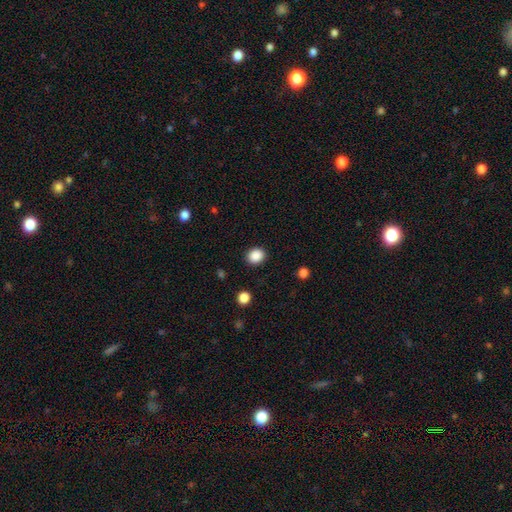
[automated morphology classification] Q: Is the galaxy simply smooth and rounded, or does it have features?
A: smooth — 88%.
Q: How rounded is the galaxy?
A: round — 70%.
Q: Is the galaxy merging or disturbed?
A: none — 90%.